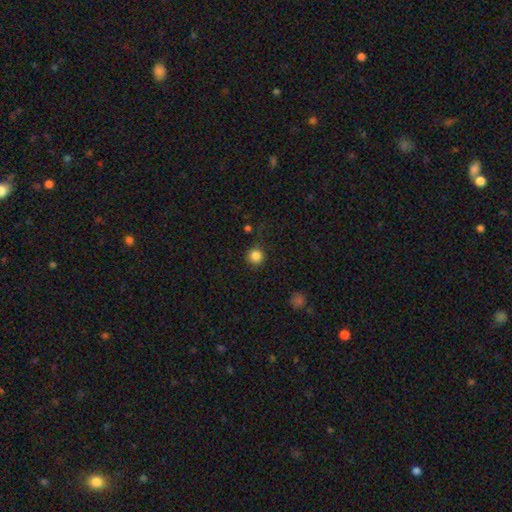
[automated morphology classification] Smooth or featured? smooth (85%)
How rounded? round (94%)
Merging? none (84%)